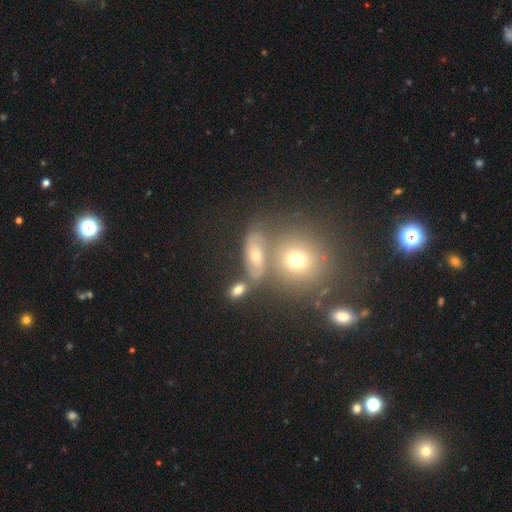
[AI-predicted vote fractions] Smooth or featured?
  - smooth: 49% *
  - featured or disk: 34%
  - star or artifact: 17%
Merging?
  - none: 50% *
  - merger: 26%
  - minor disturbance: 15%
  - major disturbance: 9%